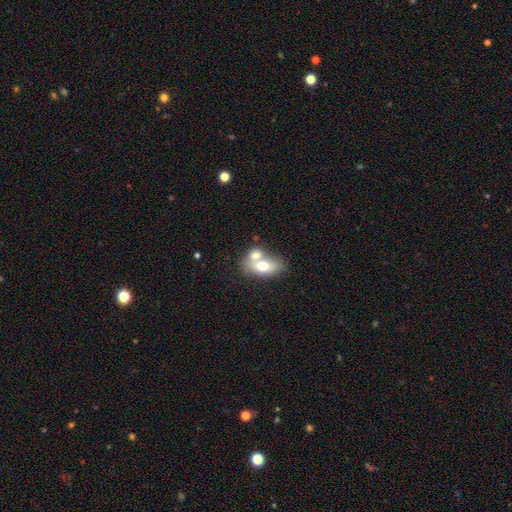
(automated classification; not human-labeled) smooth_or_featured: smooth (p=0.65) [alt: featured or disk p=0.27]
how_rounded: in between (p=0.77) [alt: round p=0.20]
merging: merger (p=0.65) [alt: none p=0.24]